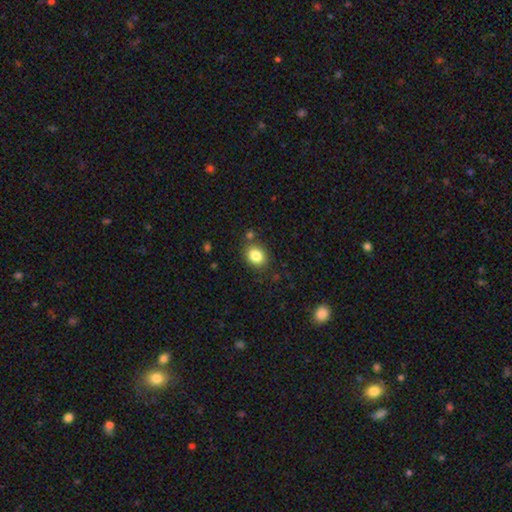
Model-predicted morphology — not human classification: Overall: smooth (84%). How rounded: in between (53%; round 47%). Merging: none (82%).